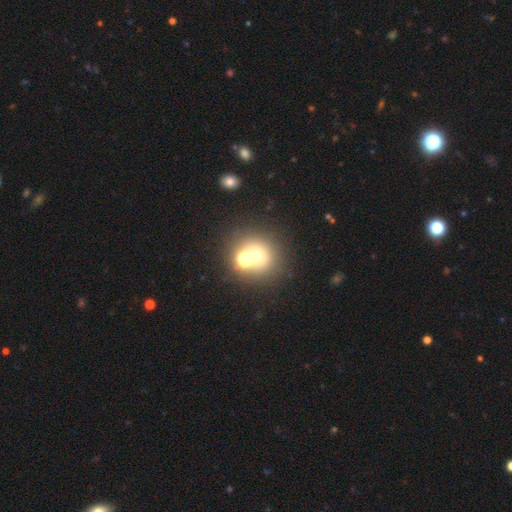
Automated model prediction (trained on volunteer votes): smooth-or-featured: smooth: 57% | star or artifact: 26% | featured or disk: 16%
  how-rounded: round: 86% | in between: 13% | cigar-shaped: 1%
  merging: none: 59% | merger: 29% | minor disturbance: 8% | major disturbance: 5%